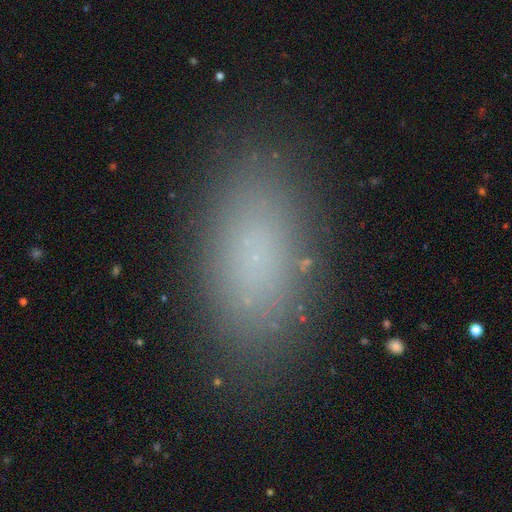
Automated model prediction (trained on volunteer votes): A smooth galaxy with no disk features (80%) that is in between round and cigar-shaped (90%).

Vote fractions:
- Smooth or featured? smooth: 80% / star or artifact: 11% / featured or disk: 9%
- How rounded? in between: 90% / cigar-shaped: 6% / round: 4%
- Merging? none: 87% / minor disturbance: 9% / major disturbance: 3% / merger: 1%